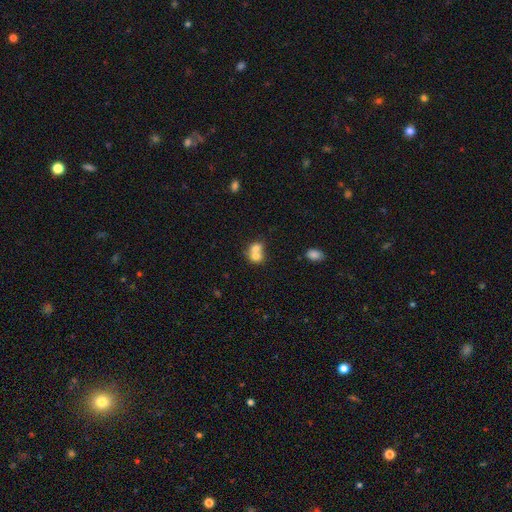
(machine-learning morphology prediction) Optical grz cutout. It shows a smooth galaxy with no disk features (72%) that is round (65%). Merging: merger (70%).